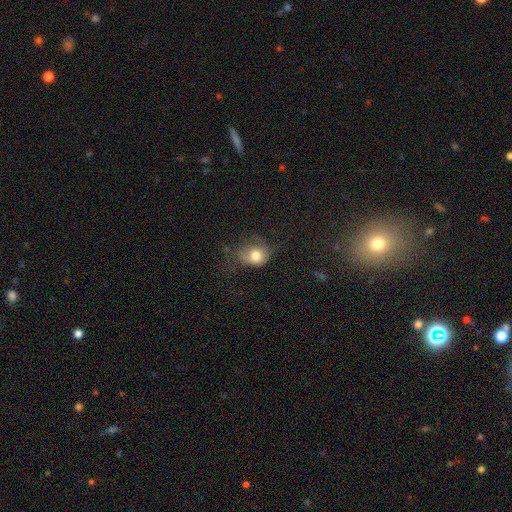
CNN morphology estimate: Smooth or featured: smooth — 75% (featured or disk — 14%)
How rounded: round — 63% (in between — 36%)
Merging: none — 35% (major disturbance — 32%)